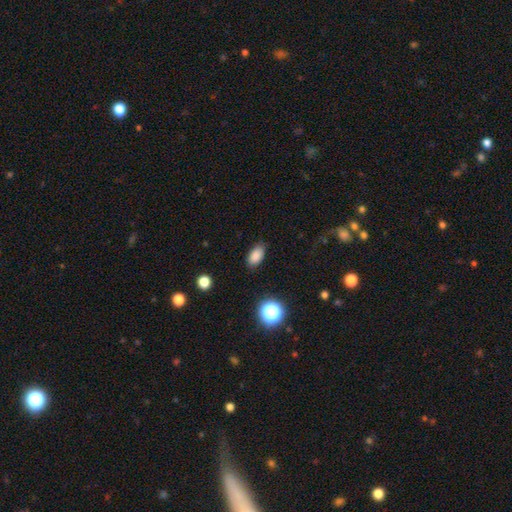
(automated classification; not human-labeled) smooth-or-featured: smooth: 85% | star or artifact: 11% | featured or disk: 4%
  how-rounded: in between: 89% | round: 8% | cigar-shaped: 2%
  merging: none: 84% | minor disturbance: 12% | major disturbance: 3% | merger: 1%